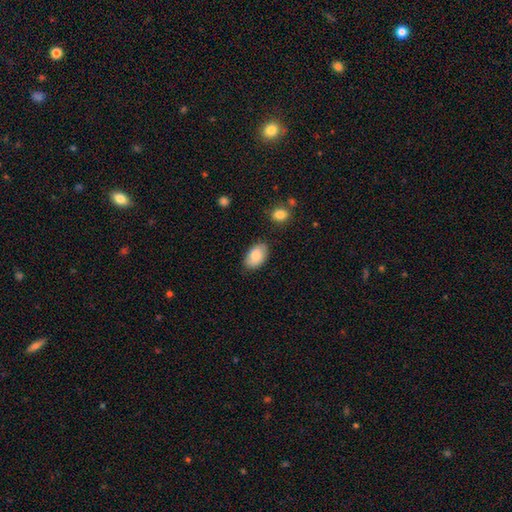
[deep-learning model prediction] A smooth galaxy with no disk features (83%) that is in between round and cigar-shaped (92%).

Vote fractions:
- Smooth or featured? smooth: 83% / featured or disk: 10% / star or artifact: 7%
- How rounded? in between: 92% / round: 7% / cigar-shaped: 1%
- Merging? none: 78% / minor disturbance: 16% / major disturbance: 3% / merger: 2%